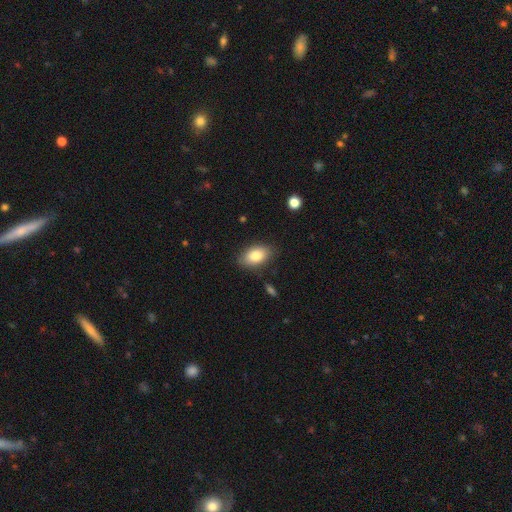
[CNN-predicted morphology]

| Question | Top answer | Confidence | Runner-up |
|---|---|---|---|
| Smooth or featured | smooth | 83% | featured or disk (10%) |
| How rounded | in between | 90% | round (8%) |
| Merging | none | 83% | minor disturbance (12%) |